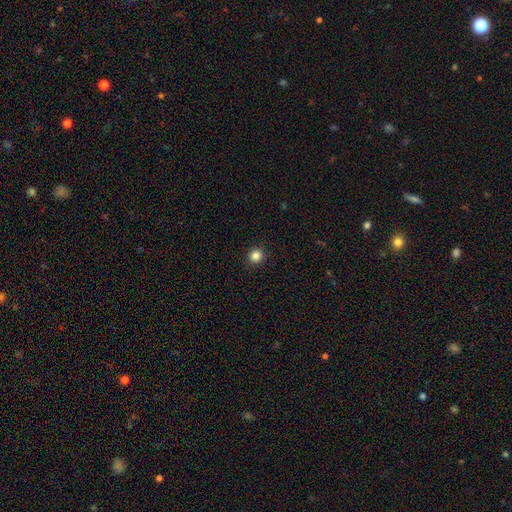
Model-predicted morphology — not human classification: A smooth galaxy with no disk features (84%) that is round (93%). Merging: none (93%).